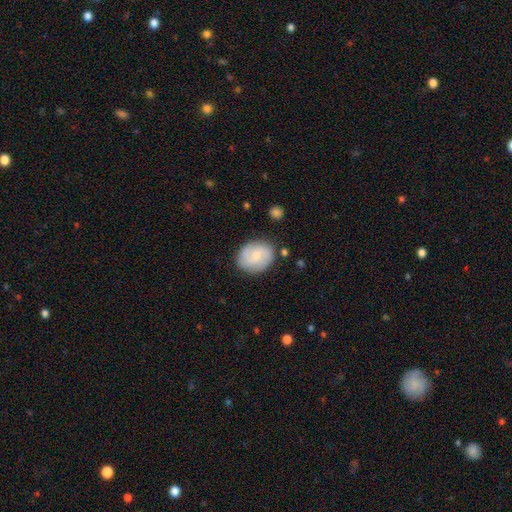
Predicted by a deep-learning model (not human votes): The model was most divided on "bar": no: 54%, weak: 40%, strong: 6%. More confident: edge-on disk — no (97%); spiral arms — yes (89%); merging — none (81%); bulge size — small (64%); smooth or featured — featured or disk (55%).